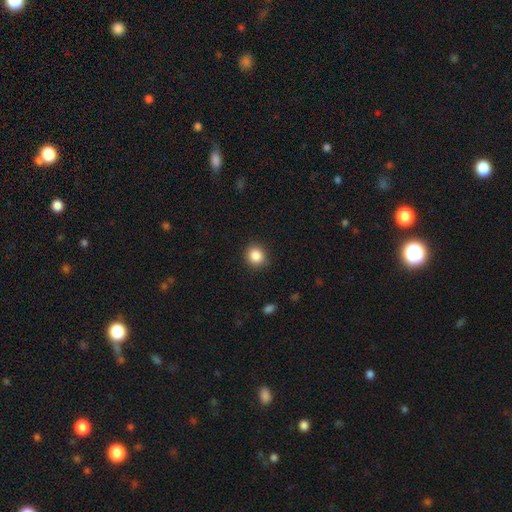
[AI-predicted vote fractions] smooth 86%, star or artifact 10%, featured or disk 4%. Down the decision tree: how rounded — round (85%); merging — none (88%).